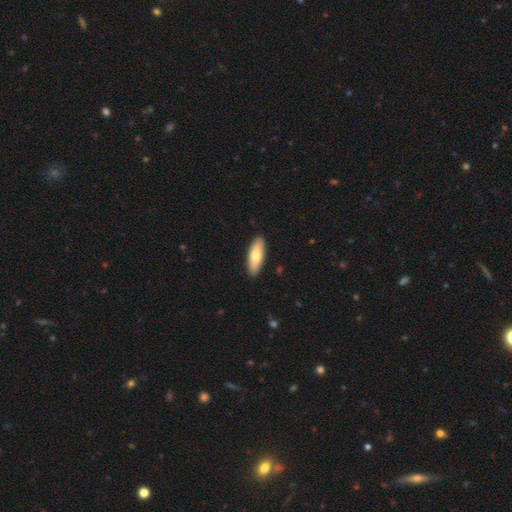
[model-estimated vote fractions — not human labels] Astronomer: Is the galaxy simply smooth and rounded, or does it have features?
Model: smooth — 71%.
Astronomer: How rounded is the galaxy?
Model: in between — 64%.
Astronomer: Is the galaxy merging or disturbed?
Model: none — 90%.